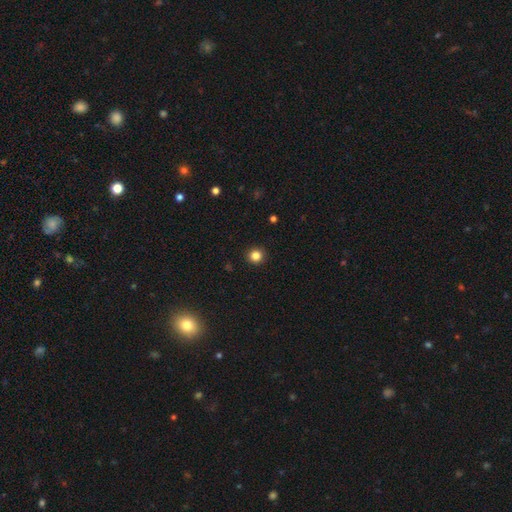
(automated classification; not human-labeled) smooth-or-featured: smooth: 83% | star or artifact: 12% | featured or disk: 4%
  how-rounded: round: 93% | in between: 6% | cigar-shaped: 1%
  merging: none: 93% | minor disturbance: 5% | major disturbance: 2% | merger: 1%